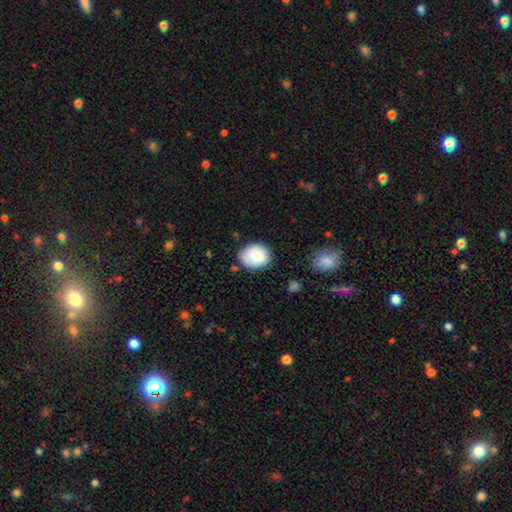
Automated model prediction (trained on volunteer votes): This is clearly a smooth galaxy (85%). How rounded: possibly in between (55%). Merging: likely none (70%).